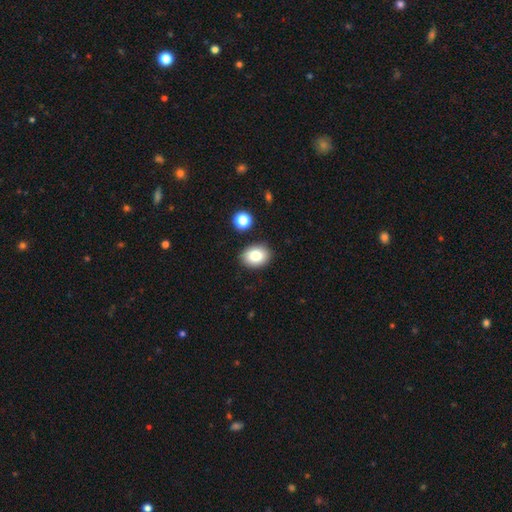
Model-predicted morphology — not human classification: Smooth or featured?
  - smooth: 81% *
  - star or artifact: 10%
  - featured or disk: 9%
How rounded?
  - in between: 62% *
  - round: 37%
  - cigar-shaped: 1%
Merging?
  - none: 86% *
  - minor disturbance: 8%
  - merger: 3%
  - major disturbance: 2%